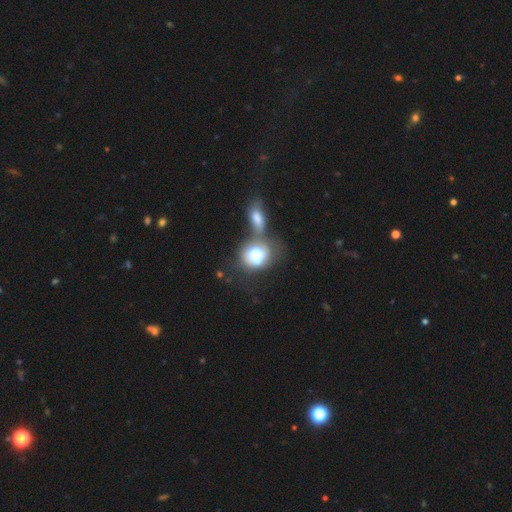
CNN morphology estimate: Smooth or featured: smooth — 72% (featured or disk — 20%)
How rounded: round — 62% (in between — 37%)
Merging: merger — 52% (none — 27%)